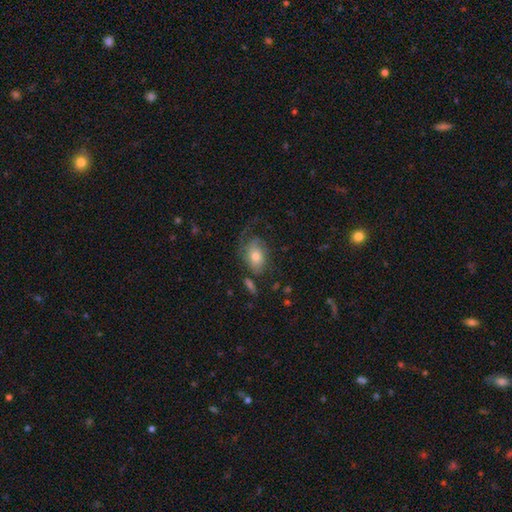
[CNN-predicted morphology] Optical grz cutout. It shows a smooth galaxy with no disk features (54%) that is in between round and cigar-shaped (78%). Merging: none (41%).